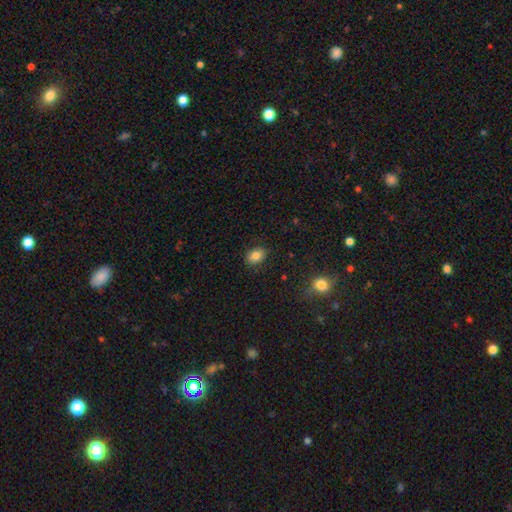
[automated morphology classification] This appears to be a smooth galaxy with no disk features (82%) that is in between round and cigar-shaped (70%). Merging: none (87%).